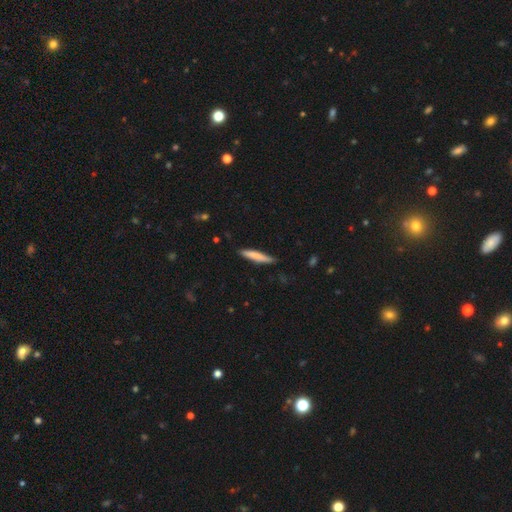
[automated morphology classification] smooth 78%, featured or disk 17%, star or artifact 5%. Down the decision tree: how rounded — cigar-shaped (91%); merging — none (82%).